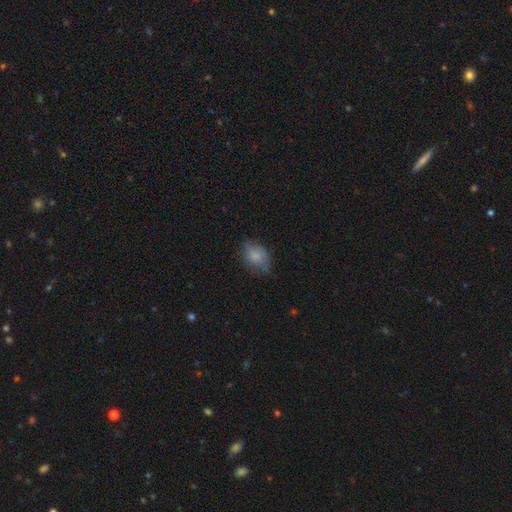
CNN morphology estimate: smooth 81%, featured or disk 11%, star or artifact 8%. Down the decision tree: how rounded — in between (74%); merging — none (62%).